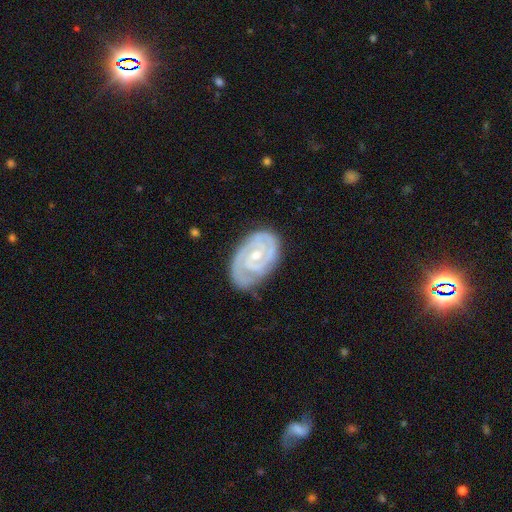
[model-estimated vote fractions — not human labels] smooth_or_featured: featured or disk (p=0.89) [alt: smooth p=0.07]
disk_edge_on: no (p=0.97) [alt: yes p=0.03]
bar: no (p=0.51) [alt: weak p=0.38]
has_spiral_arms: yes (p=0.98) [alt: no p=0.02]
spiral_winding: tight (p=0.74) [alt: medium p=0.22]
spiral_arm_count: 2 (p=0.69) [alt: 3 p=0.14]
bulge_size: small (p=0.60) [alt: moderate p=0.36]
merging: none (p=0.76) [alt: minor disturbance p=0.18]